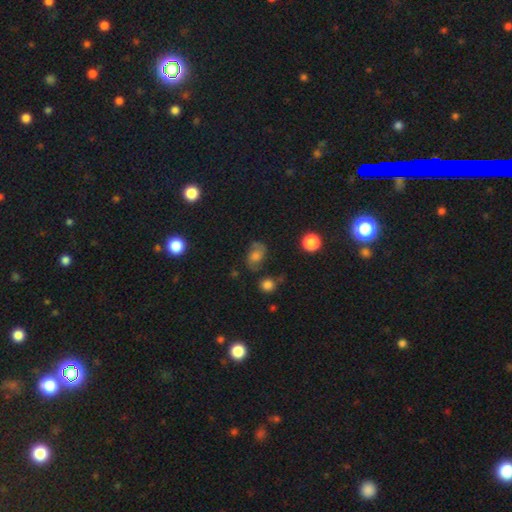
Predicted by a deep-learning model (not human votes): Smooth or featured: smooth — 43% (featured or disk — 42%)
Merging: none — 64% (minor disturbance — 21%)